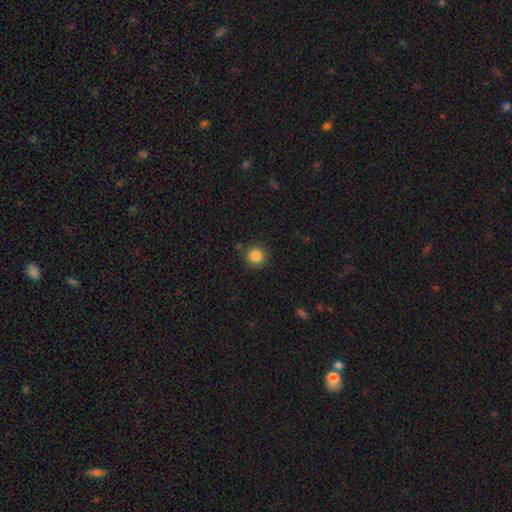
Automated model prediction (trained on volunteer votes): smooth-or-featured: smooth: 85% | star or artifact: 11% | featured or disk: 4%
  how-rounded: round: 94% | in between: 5% | cigar-shaped: 1%
  merging: none: 88% | minor disturbance: 7% | major disturbance: 2% | merger: 2%